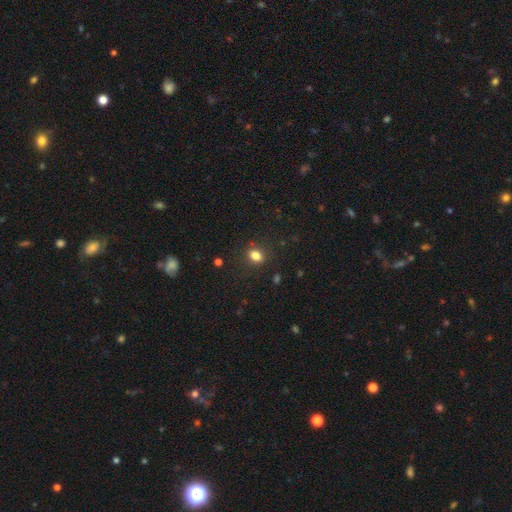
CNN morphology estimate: Overall: smooth (82%). How rounded: in between (61%; round 38%). Merging: none (85%).